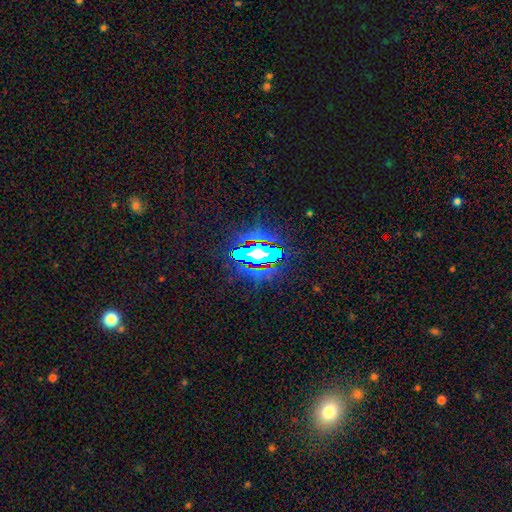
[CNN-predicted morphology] Smooth or featured? Predicted: star or artifact (p=0.58).